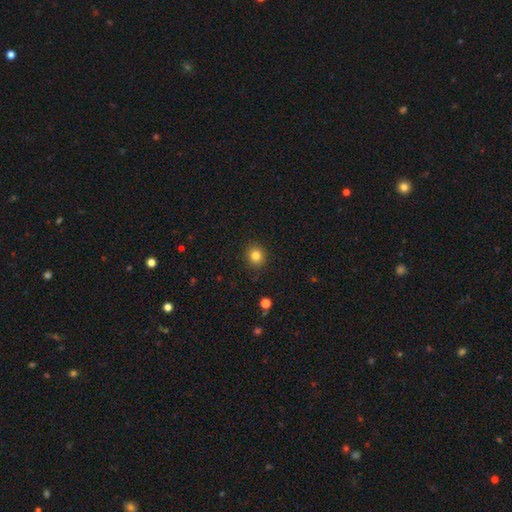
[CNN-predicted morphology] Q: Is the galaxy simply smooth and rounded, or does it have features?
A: smooth — 83%.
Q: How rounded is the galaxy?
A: round — 82%.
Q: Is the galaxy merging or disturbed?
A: none — 90%.